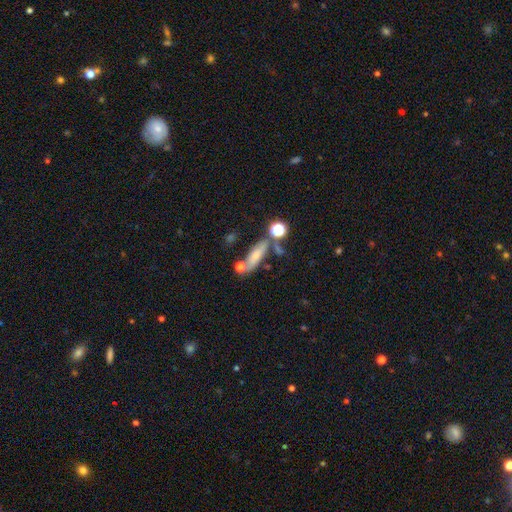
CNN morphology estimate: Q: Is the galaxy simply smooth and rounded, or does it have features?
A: smooth — 65%.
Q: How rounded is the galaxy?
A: cigar-shaped — 50%.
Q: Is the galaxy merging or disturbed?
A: none — 59%.